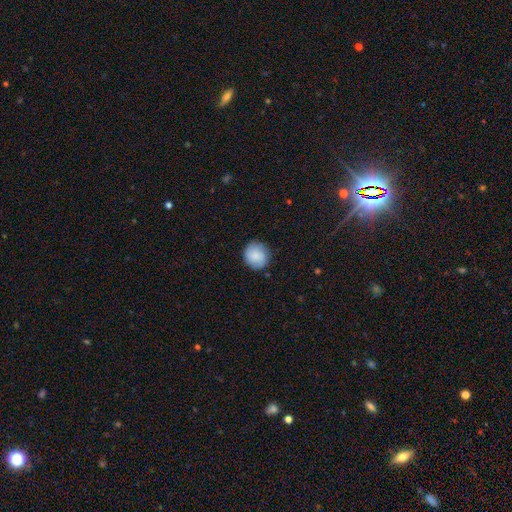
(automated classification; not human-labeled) This appears to be a smooth galaxy with no disk features (85%) that is round (88%). Merging: none (86%).